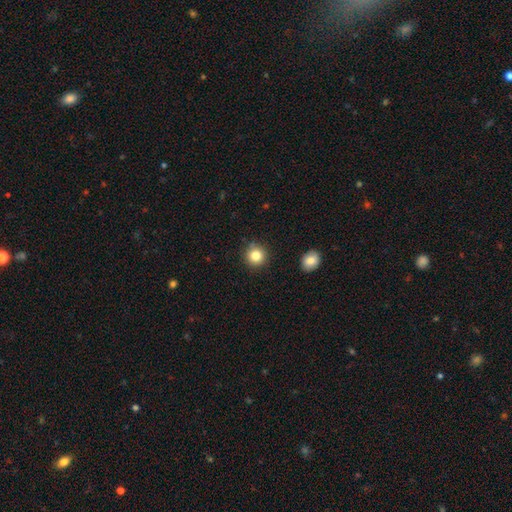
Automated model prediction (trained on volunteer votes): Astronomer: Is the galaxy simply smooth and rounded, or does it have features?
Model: smooth — 83%.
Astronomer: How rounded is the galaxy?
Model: round — 94%.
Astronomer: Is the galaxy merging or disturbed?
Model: none — 88%.